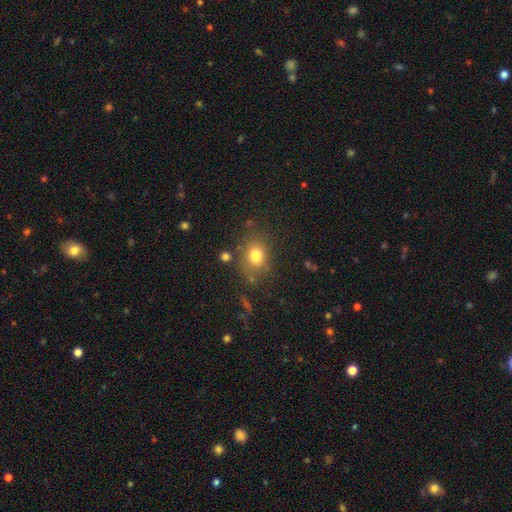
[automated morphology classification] smooth-or-featured: smooth: 76% | star or artifact: 13% | featured or disk: 11%
  how-rounded: in between: 51% | round: 47% | cigar-shaped: 1%
  merging: none: 73% | minor disturbance: 16% | major disturbance: 6% | merger: 5%